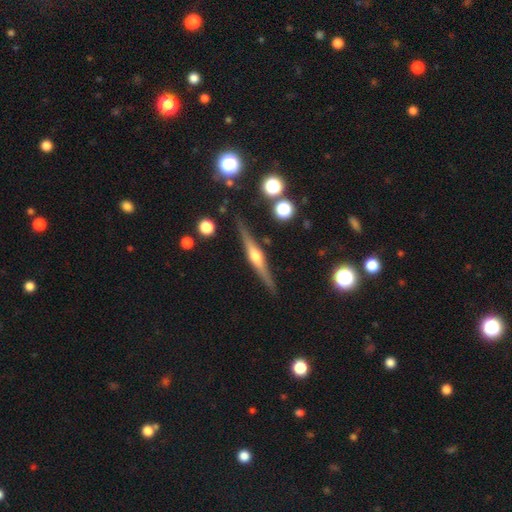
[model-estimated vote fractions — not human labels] Overall: featured or disk (80%). Edge-on disk: yes (98%). Edge-on bulge: rounded (92%). Merging: none (88%).